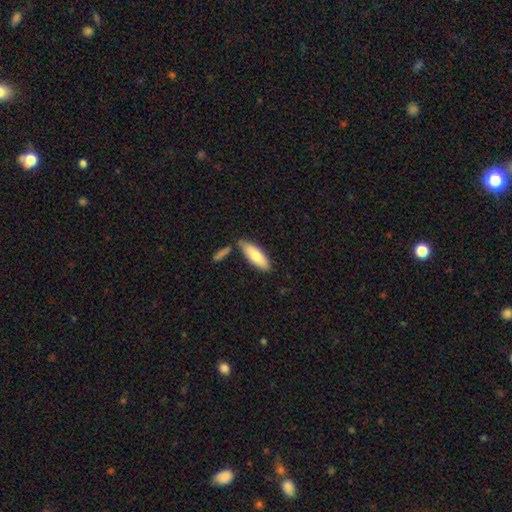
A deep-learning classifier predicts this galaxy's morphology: A smooth galaxy with no disk features (77%) that is in between round and cigar-shaped (62%).

Vote fractions:
- Smooth or featured? smooth: 77% / featured or disk: 17% / star or artifact: 5%
- How rounded? in between: 62% / cigar-shaped: 36% / round: 2%
- Merging? none: 72% / minor disturbance: 15% / merger: 11% / major disturbance: 3%